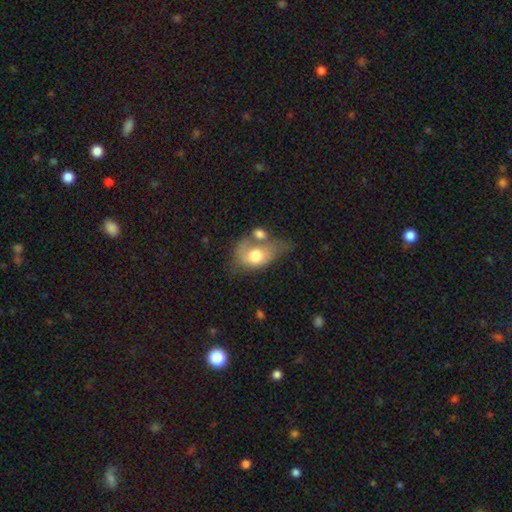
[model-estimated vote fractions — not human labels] Smooth or featured? Predicted: smooth (p=0.64). How rounded? Predicted: in between (p=0.72). Merging? Predicted: merger (p=0.43).